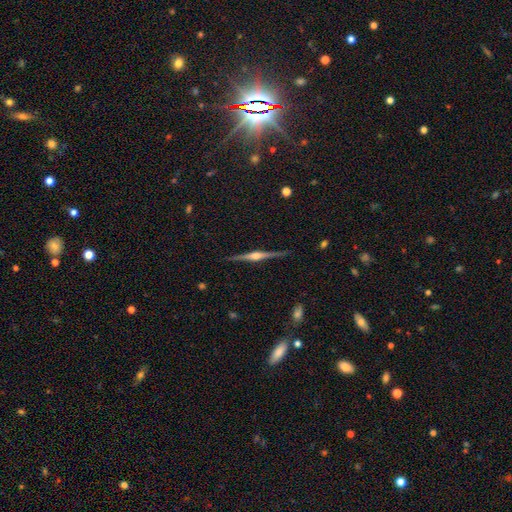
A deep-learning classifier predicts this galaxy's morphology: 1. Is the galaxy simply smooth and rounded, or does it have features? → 84% featured or disk, 10% smooth, 5% star or artifact.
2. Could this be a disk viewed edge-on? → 98% yes, 2% no.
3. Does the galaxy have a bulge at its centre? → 89% rounded, 7% boxy, 3% none.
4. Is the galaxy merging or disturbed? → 90% none, 8% minor disturbance, 2% major disturbance, 1% merger.